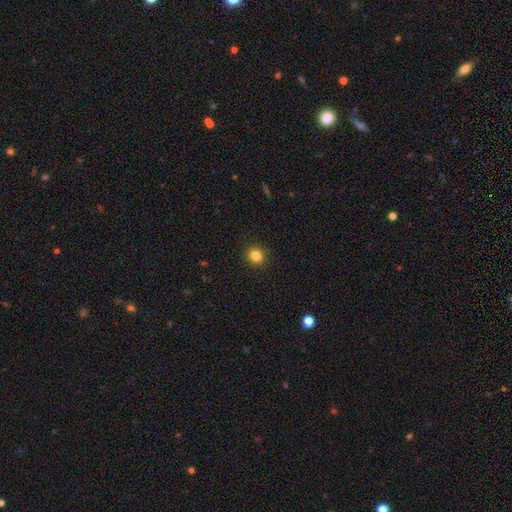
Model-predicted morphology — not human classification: Smooth or featured? Predicted: smooth (p=0.83). How rounded? Predicted: round (p=0.87). Merging? Predicted: none (p=0.92).